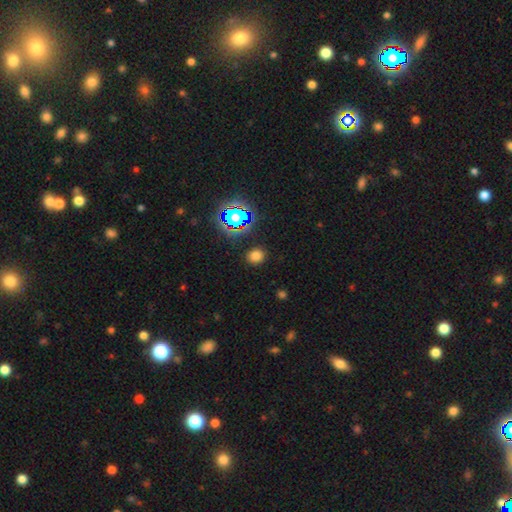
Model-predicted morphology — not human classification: This is likely a smooth galaxy (71%). How rounded: likely round (72%). Merging: clearly none (88%).